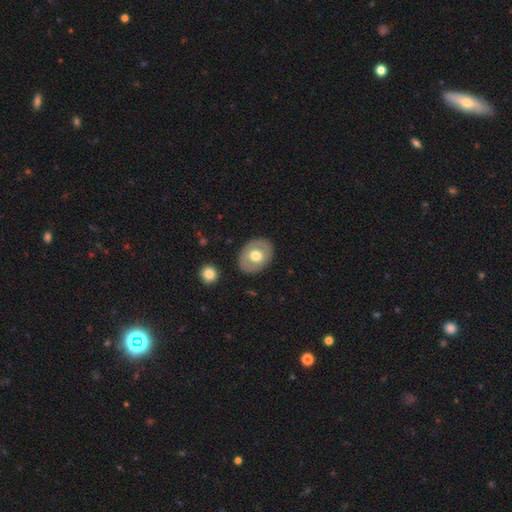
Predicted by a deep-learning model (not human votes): A smooth galaxy with no disk features (57%) that is in between round and cigar-shaped (65%). Merging: none (85%).